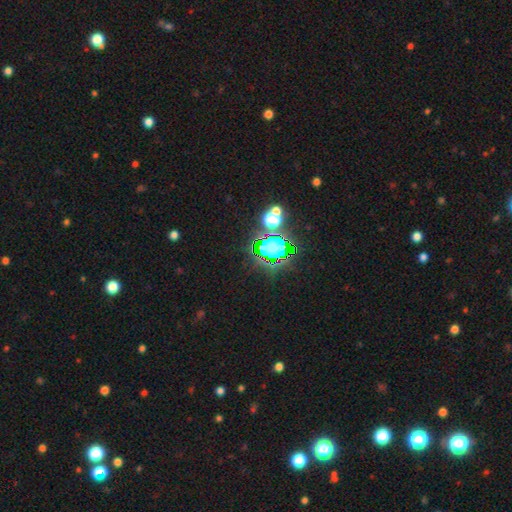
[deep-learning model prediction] Smooth or featured? Predicted: star or artifact (p=0.82).